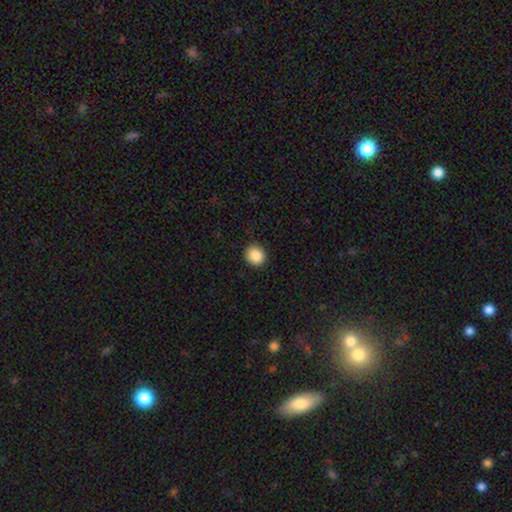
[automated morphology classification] Smooth or featured: smooth — 88% (star or artifact — 9%)
How rounded: round — 85% (in between — 14%)
Merging: none — 92% (minor disturbance — 5%)